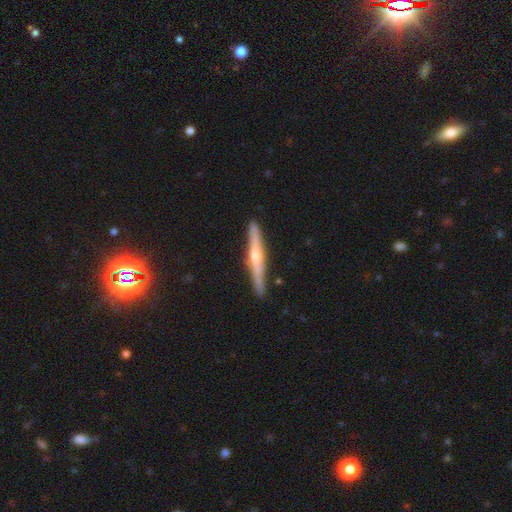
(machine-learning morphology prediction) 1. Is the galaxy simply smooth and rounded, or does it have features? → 67% featured or disk, 28% smooth, 5% star or artifact.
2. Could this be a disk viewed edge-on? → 97% yes, 3% no.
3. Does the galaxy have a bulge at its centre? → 83% rounded, 10% none, 7% boxy.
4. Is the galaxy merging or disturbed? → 89% none, 8% minor disturbance, 1% major disturbance, 1% merger.